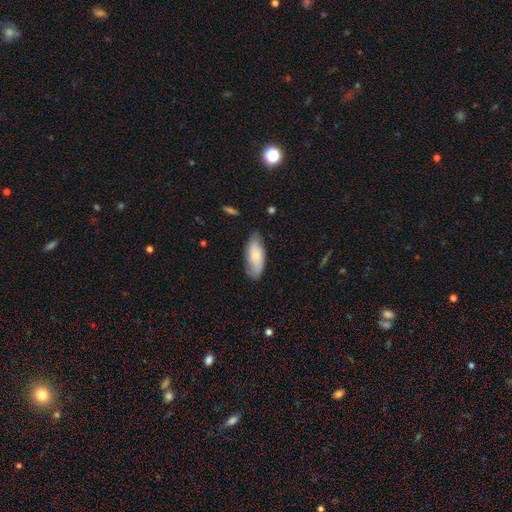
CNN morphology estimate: Q: Smooth or featured?
A: smooth (73%); runner-up: featured or disk (21%)
Q: How rounded?
A: in between (84%); runner-up: cigar-shaped (14%)
Q: Merging?
A: none (72%); runner-up: minor disturbance (22%)